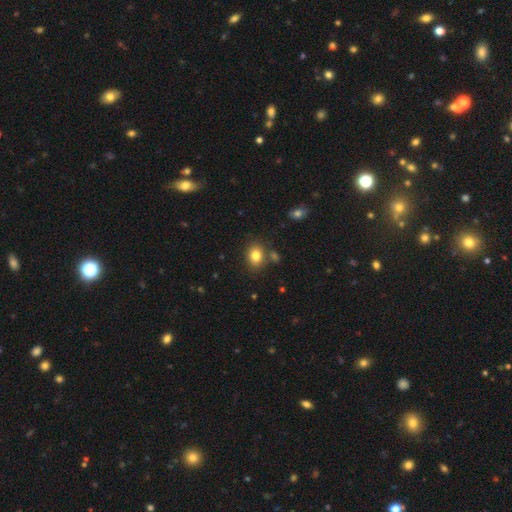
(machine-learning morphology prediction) Smooth or featured? smooth (82%)
How rounded? in between (60%)
Merging? none (78%)